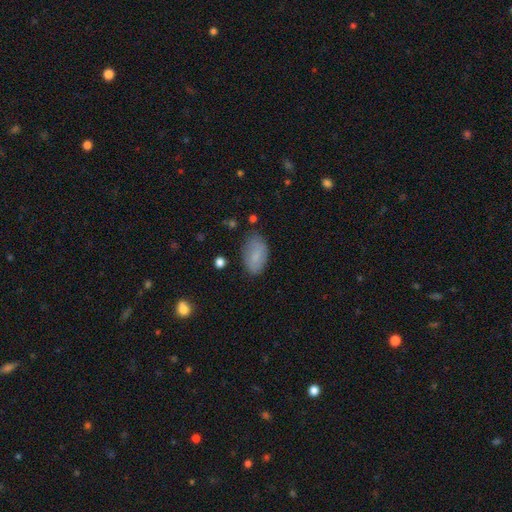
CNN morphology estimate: type=smooth (80%); roundness=in between (94%); merging=none (75%).